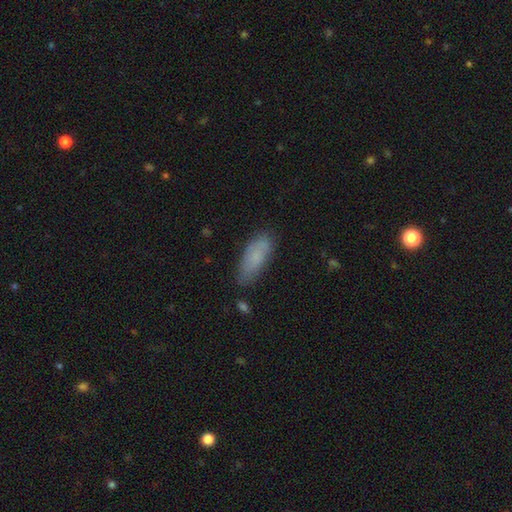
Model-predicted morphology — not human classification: A smooth galaxy with no disk features (78%) that is in between round and cigar-shaped (71%). Merging: none (74%).